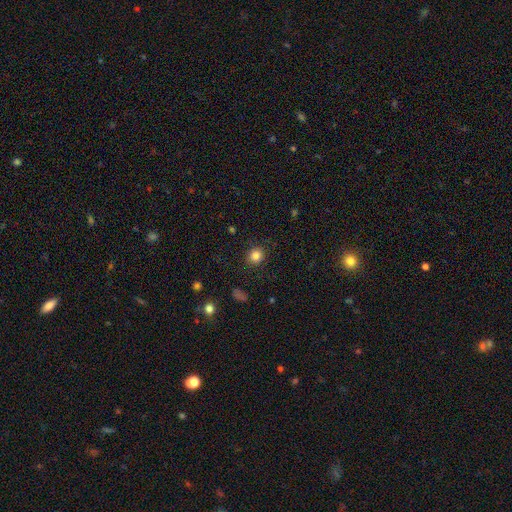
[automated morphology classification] Q: Smooth or featured?
A: smooth (83%); runner-up: star or artifact (11%)
Q: How rounded?
A: round (86%); runner-up: in between (14%)
Q: Merging?
A: none (89%); runner-up: minor disturbance (7%)